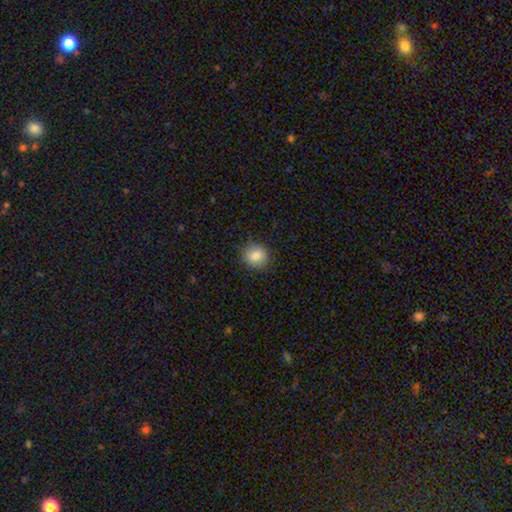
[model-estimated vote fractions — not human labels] Smooth or featured? smooth (86%)
How rounded? round (79%)
Merging? none (85%)